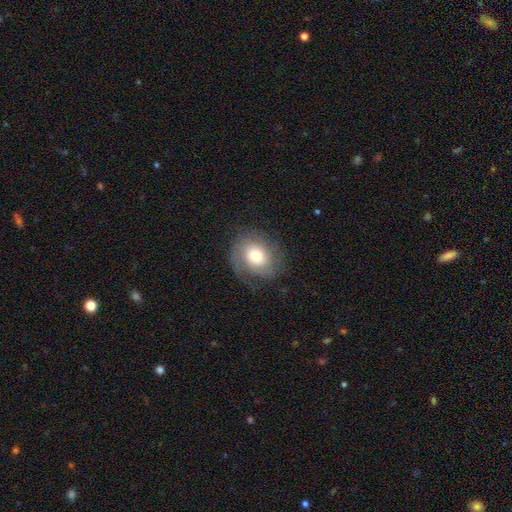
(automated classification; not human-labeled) Overall: smooth (49%; featured or disk 42%). Merging: none (72%).